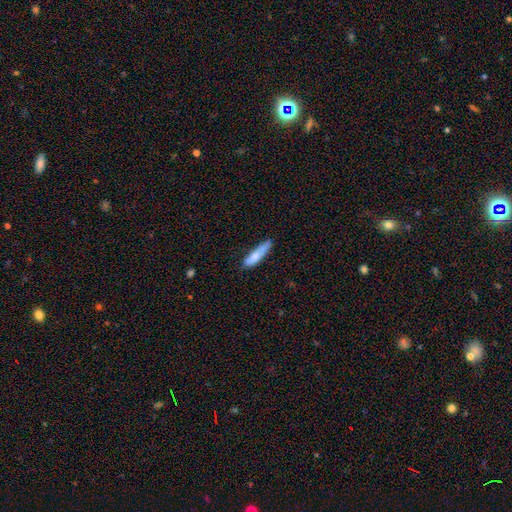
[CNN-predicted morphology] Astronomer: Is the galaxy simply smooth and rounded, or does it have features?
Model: smooth — 77%.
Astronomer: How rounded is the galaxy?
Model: cigar-shaped — 71%.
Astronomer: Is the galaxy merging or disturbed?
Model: none — 62%.